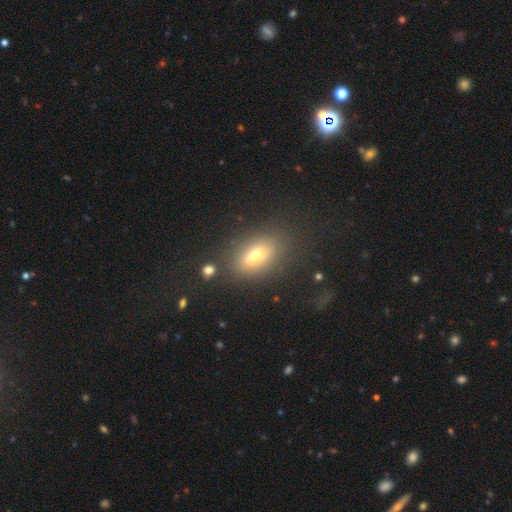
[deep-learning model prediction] Smooth or featured? Predicted: smooth (p=0.67). How rounded? Predicted: in between (p=0.81). Merging? Predicted: none (p=0.79).